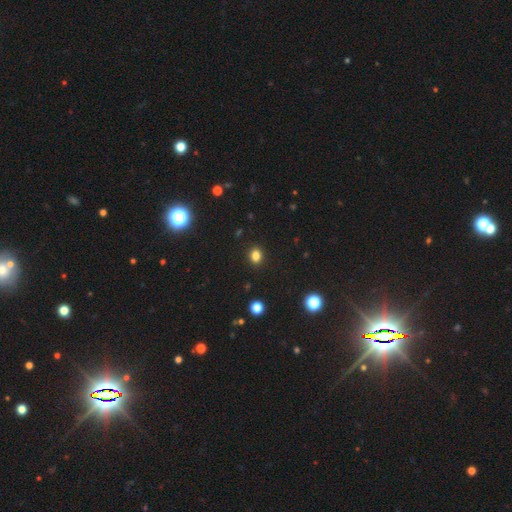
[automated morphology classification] Q: Smooth or featured?
A: smooth (82%); runner-up: star or artifact (13%)
Q: How rounded?
A: round (55%); runner-up: in between (44%)
Q: Merging?
A: none (90%); runner-up: minor disturbance (7%)